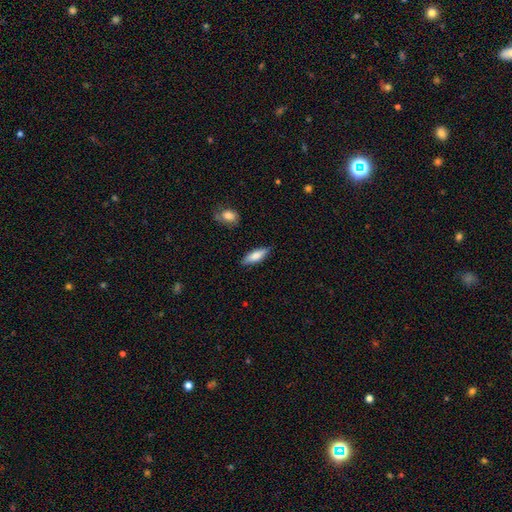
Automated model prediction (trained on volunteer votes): smooth-or-featured: smooth: 78% | featured or disk: 16% | star or artifact: 6%
  how-rounded: in between: 55% | cigar-shaped: 43% | round: 2%
  merging: none: 83% | minor disturbance: 12% | major disturbance: 2% | merger: 2%